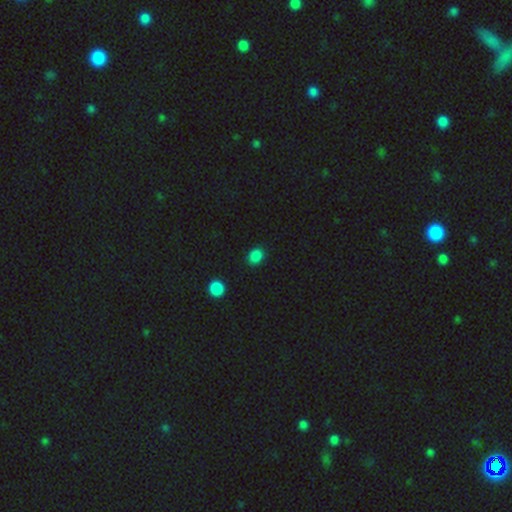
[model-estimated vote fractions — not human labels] smooth-or-featured: smooth: 85% | star or artifact: 13% | featured or disk: 3%
  how-rounded: round: 50% | in between: 49% | cigar-shaped: 1%
  merging: none: 88% | minor disturbance: 9% | major disturbance: 2% | merger: 1%